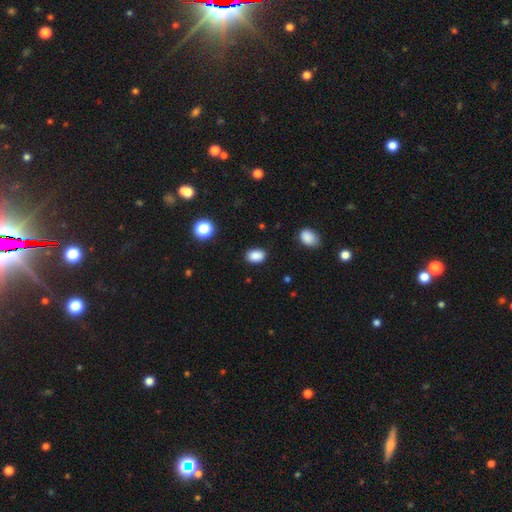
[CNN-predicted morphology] smooth-or-featured: smooth: 87% | star or artifact: 9% | featured or disk: 4%
  how-rounded: in between: 82% | round: 17% | cigar-shaped: 1%
  merging: none: 86% | minor disturbance: 10% | major disturbance: 3% | merger: 1%